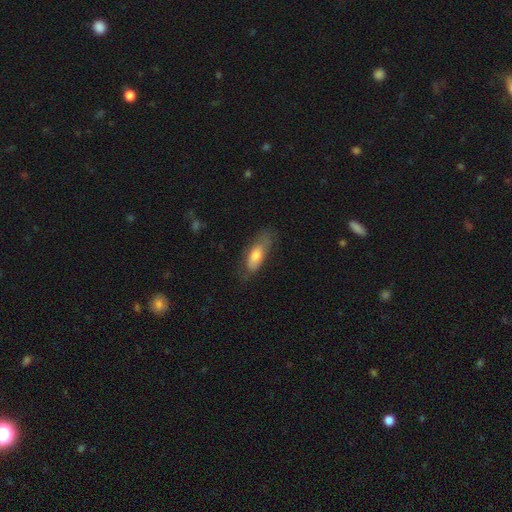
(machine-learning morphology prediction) smooth 68%, featured or disk 25%, star or artifact 6%. Down the decision tree: how rounded — in between (70%); merging — none (56%).